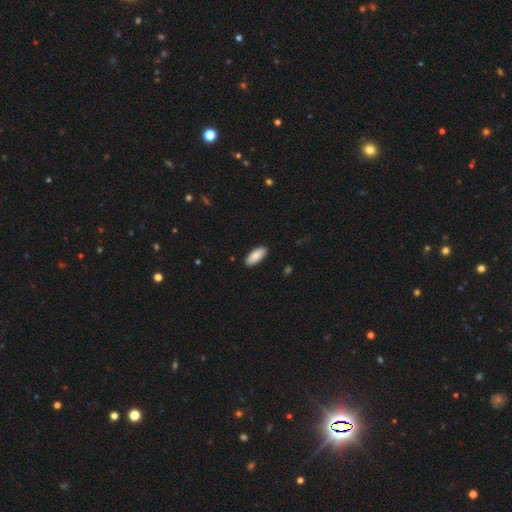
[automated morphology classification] Smooth or featured? Predicted: smooth (p=0.88). How rounded? Predicted: in between (p=0.85). Merging? Predicted: none (p=0.90).